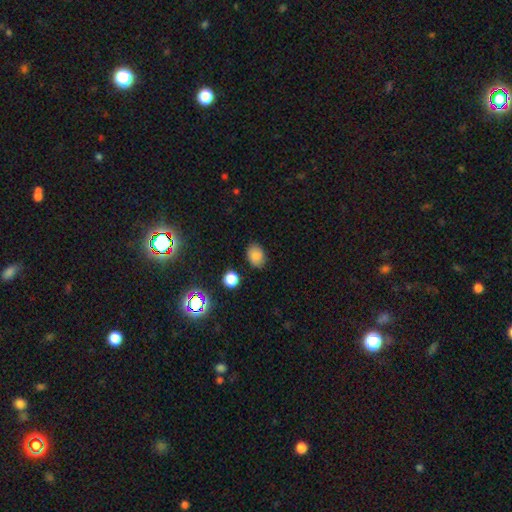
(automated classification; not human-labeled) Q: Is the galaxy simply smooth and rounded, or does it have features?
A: smooth — 83%.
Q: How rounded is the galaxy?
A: in between — 68%.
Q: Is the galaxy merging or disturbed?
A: none — 84%.